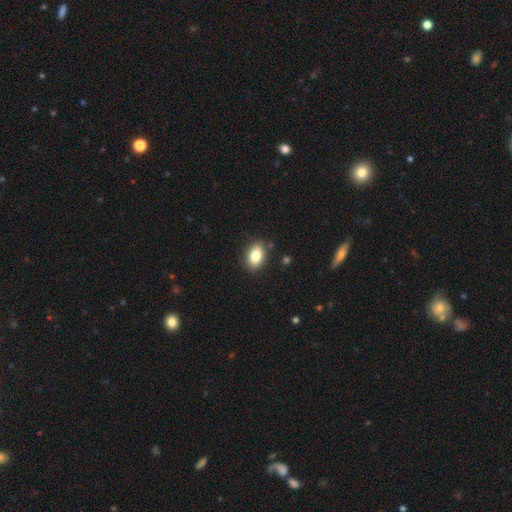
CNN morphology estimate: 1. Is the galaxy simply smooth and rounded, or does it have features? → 82% smooth, 10% featured or disk, 8% star or artifact.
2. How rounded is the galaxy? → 86% in between, 13% round, 2% cigar-shaped.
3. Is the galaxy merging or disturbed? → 86% none, 10% minor disturbance, 2% major disturbance, 2% merger.